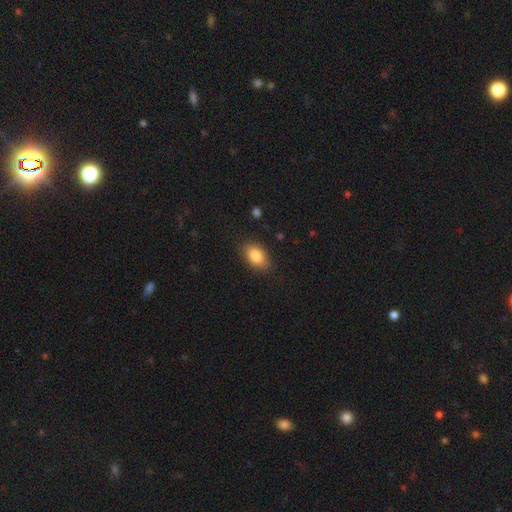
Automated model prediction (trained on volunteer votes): The model was most divided on "merging": none: 85%, minor disturbance: 11%, major disturbance: 3%, merger: 1%. More confident: how rounded — in between (88%); smooth or featured — smooth (84%).